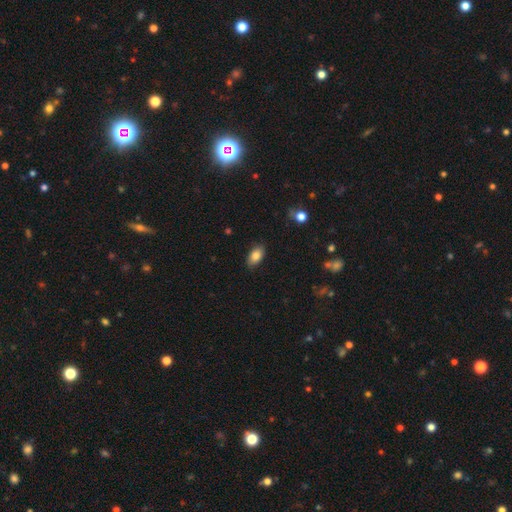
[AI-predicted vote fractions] This is clearly a smooth galaxy (83%). How rounded: clearly in between (92%). Merging: clearly none (85%).